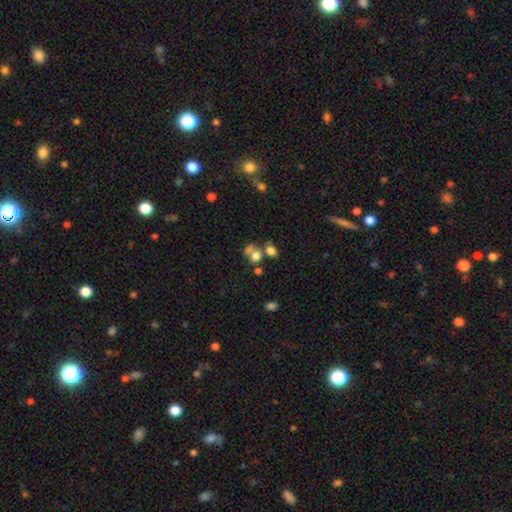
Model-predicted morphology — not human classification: A smooth galaxy with no disk features (69%) that is round (64%).

Vote fractions:
- Smooth or featured? smooth: 69% / star or artifact: 16% / featured or disk: 15%
- How rounded? round: 64% / in between: 34% / cigar-shaped: 1%
- Merging? merger: 42% / none: 40% / minor disturbance: 10% / major disturbance: 8%